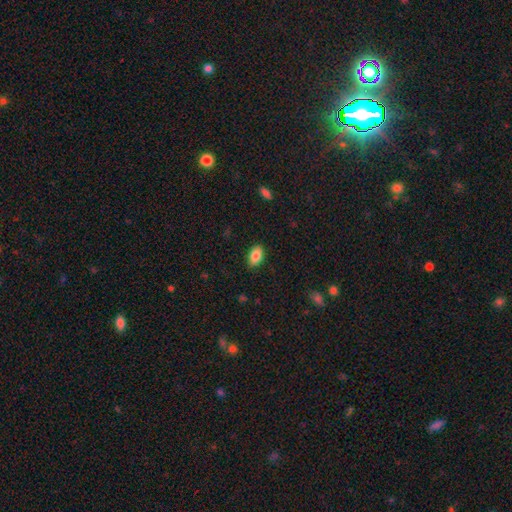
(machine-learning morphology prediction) Smooth or featured? Predicted: smooth (p=0.86). How rounded? Predicted: in between (p=0.92). Merging? Predicted: none (p=0.88).